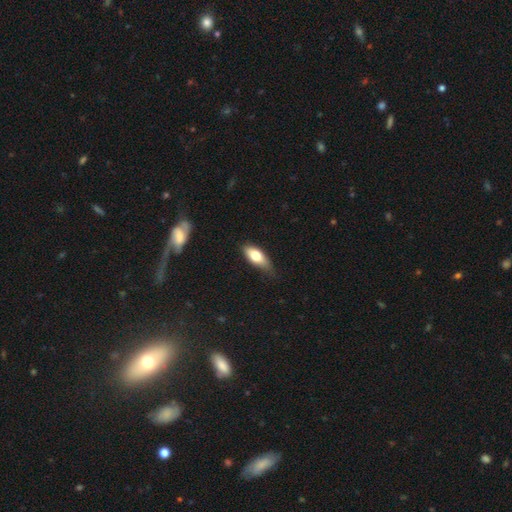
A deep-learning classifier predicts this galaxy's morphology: A smooth galaxy with no disk features (73%) that is in between round and cigar-shaped (81%).

Vote fractions:
- Smooth or featured? smooth: 73% / featured or disk: 21% / star or artifact: 7%
- How rounded? in between: 81% / cigar-shaped: 16% / round: 3%
- Merging? none: 59% / minor disturbance: 33% / major disturbance: 6% / merger: 2%